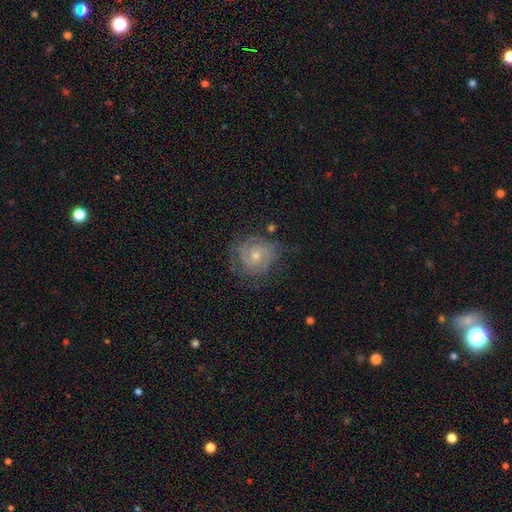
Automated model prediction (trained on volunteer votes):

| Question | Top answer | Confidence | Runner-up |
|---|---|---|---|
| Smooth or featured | featured or disk | 75% | smooth (15%) |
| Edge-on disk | no | 97% | yes (3%) |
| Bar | no | 67% | weak (28%) |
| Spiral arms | yes | 90% | no (10%) |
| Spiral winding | tight | 63% | medium (29%) |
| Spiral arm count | can't tell | 37% | 2 (35%) |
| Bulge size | small | 49% | moderate (47%) |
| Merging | none | 68% | minor disturbance (20%) |